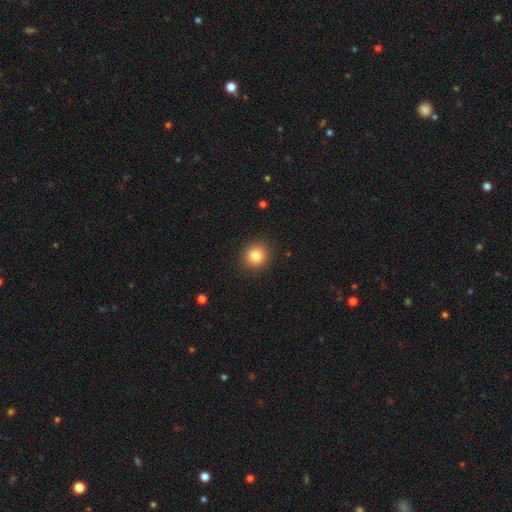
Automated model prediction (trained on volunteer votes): This is clearly a smooth galaxy (83%). How rounded: clearly round (88%). Merging: clearly none (90%).